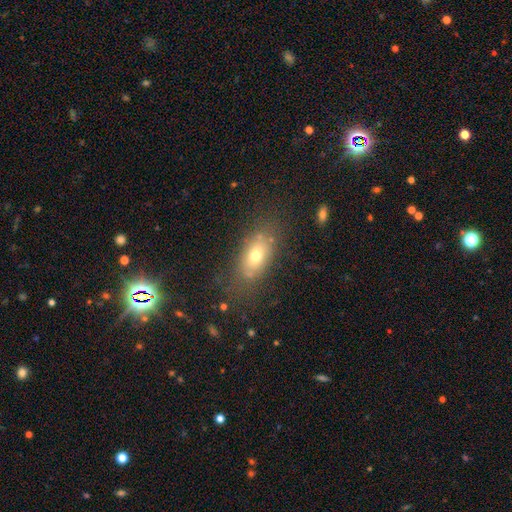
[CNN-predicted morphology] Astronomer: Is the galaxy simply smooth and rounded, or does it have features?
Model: smooth — 67%.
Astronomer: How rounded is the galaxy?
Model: in between — 81%.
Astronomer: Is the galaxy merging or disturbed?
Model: none — 70%.